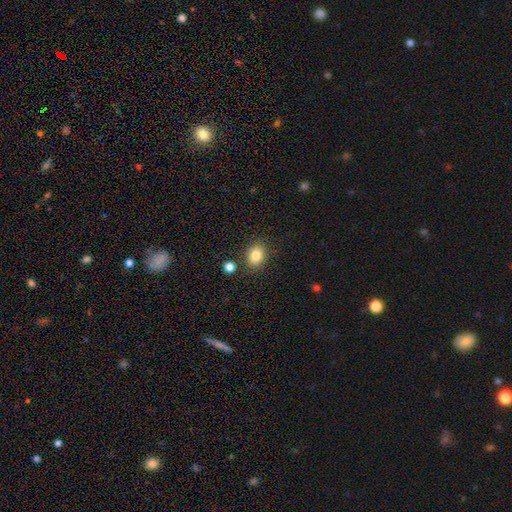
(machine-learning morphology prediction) Overall: smooth (82%). How rounded: in between (54%; round 45%). Merging: none (82%).